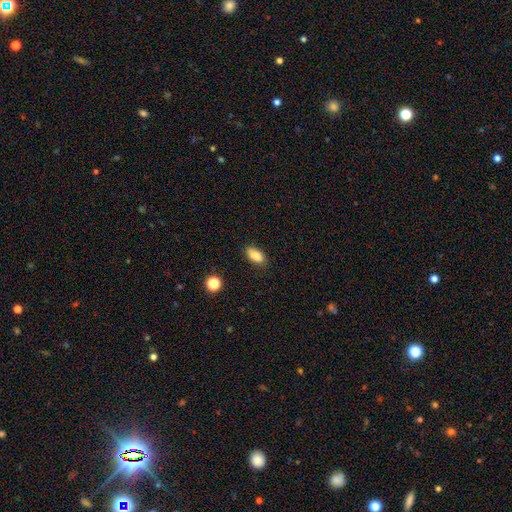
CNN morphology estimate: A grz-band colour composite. It shows a smooth galaxy with no disk features (85%) that is in between round and cigar-shaped (88%). Merging: none (81%).